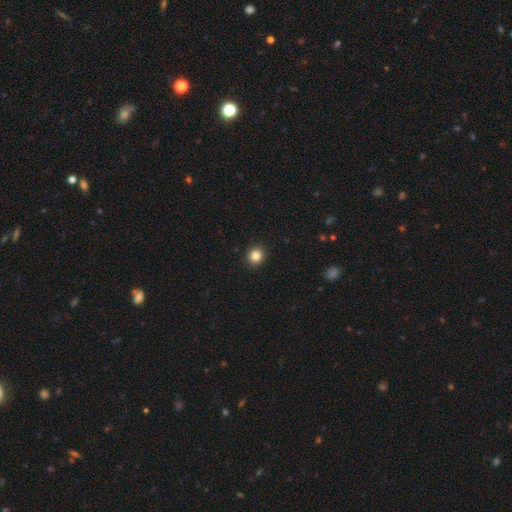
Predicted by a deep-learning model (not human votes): Smooth or featured? smooth (84%)
How rounded? round (86%)
Merging? none (93%)